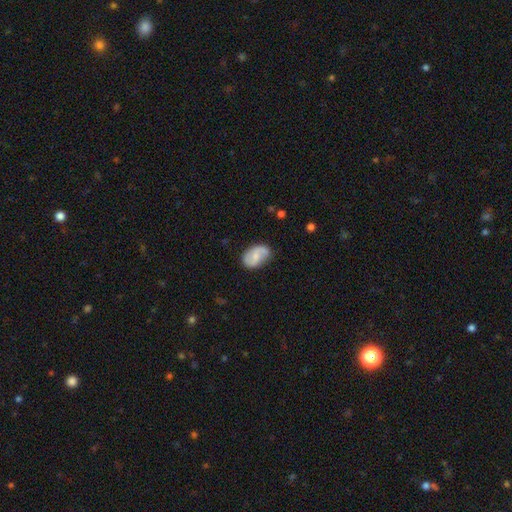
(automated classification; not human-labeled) Overall: featured or disk (49%; smooth 45%). Merging: none (66%).